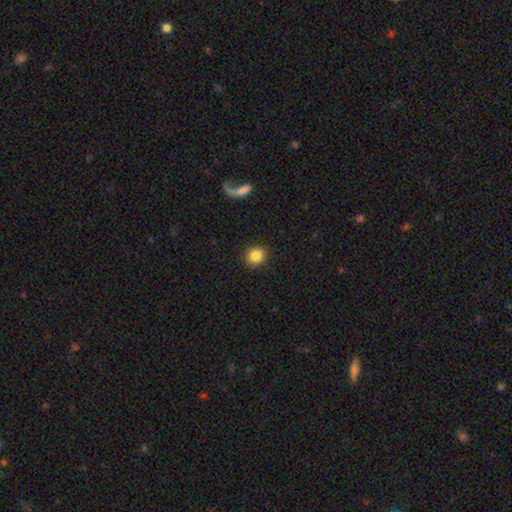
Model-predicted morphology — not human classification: A smooth galaxy with no disk features (86%) that is round (83%).

Vote fractions:
- Smooth or featured? smooth: 86% / star or artifact: 8% / featured or disk: 6%
- How rounded? round: 83% / in between: 16% / cigar-shaped: 1%
- Merging? none: 91% / minor disturbance: 5% / major disturbance: 2% / merger: 1%